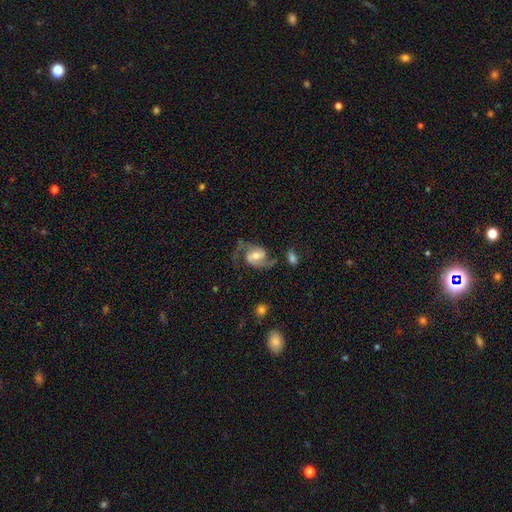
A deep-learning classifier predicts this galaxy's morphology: A featured or disk galaxy (84%) with a weak bar (45%), 2 (91%) medium (48%) spiral arms (95%) and a moderate central bulge (61%). Merging: none (62%).